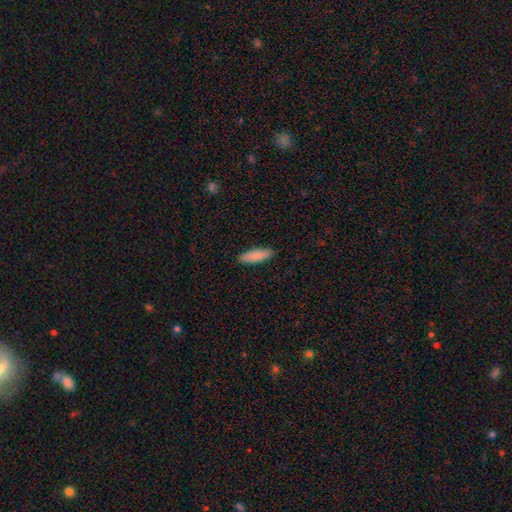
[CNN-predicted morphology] smooth_or_featured: smooth (p=0.87) [alt: featured or disk p=0.07]
how_rounded: cigar-shaped (p=0.59) [alt: in between p=0.39]
merging: none (p=0.90) [alt: minor disturbance p=0.08]